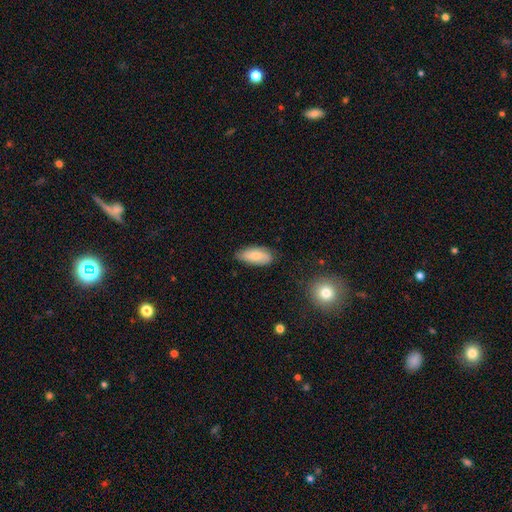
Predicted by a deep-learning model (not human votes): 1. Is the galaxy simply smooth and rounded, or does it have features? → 77% smooth, 17% featured or disk, 6% star or artifact.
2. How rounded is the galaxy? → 88% in between, 9% cigar-shaped, 2% round.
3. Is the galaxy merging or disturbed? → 71% none, 24% minor disturbance, 3% major disturbance, 1% merger.